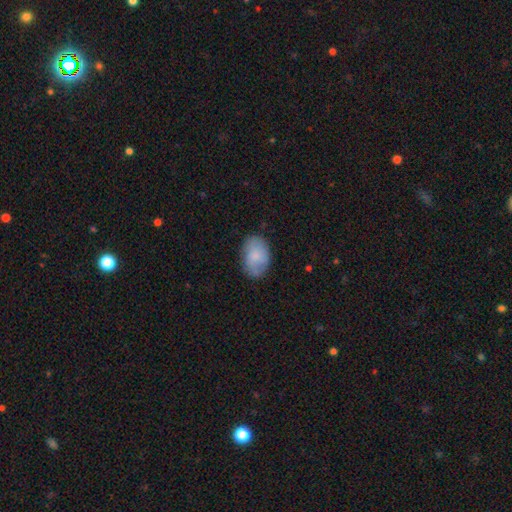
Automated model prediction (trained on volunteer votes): This appears to be a smooth galaxy with no disk features (77%) that is in between round and cigar-shaped (86%). Merging: none (73%).